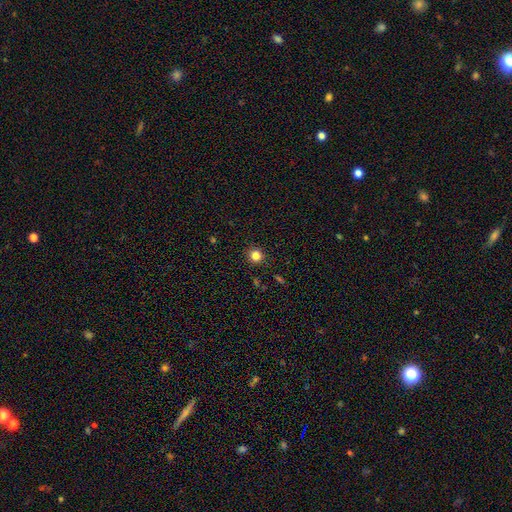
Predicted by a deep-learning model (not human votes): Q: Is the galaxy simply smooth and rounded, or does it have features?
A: smooth — 83%.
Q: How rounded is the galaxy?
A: round — 93%.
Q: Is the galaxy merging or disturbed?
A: none — 91%.